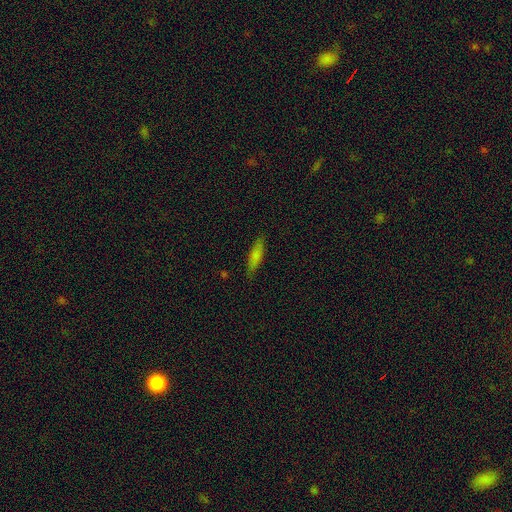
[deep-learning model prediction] smooth_or_featured: smooth (p=0.75) [alt: featured or disk p=0.17]
how_rounded: cigar-shaped (p=0.61) [alt: in between p=0.37]
merging: none (p=0.82) [alt: minor disturbance p=0.14]